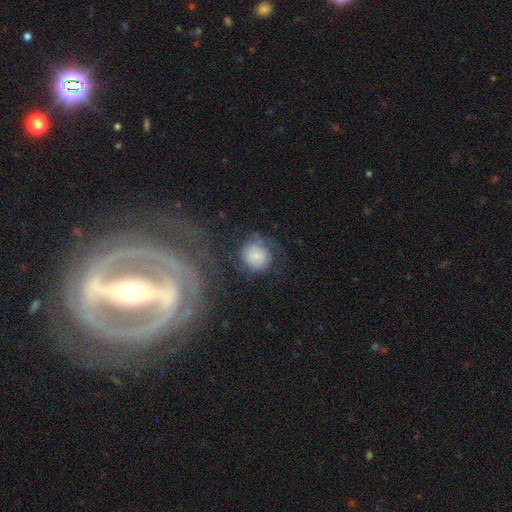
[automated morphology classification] type=smooth (67%); roundness=round (81%); merging=none (53%).